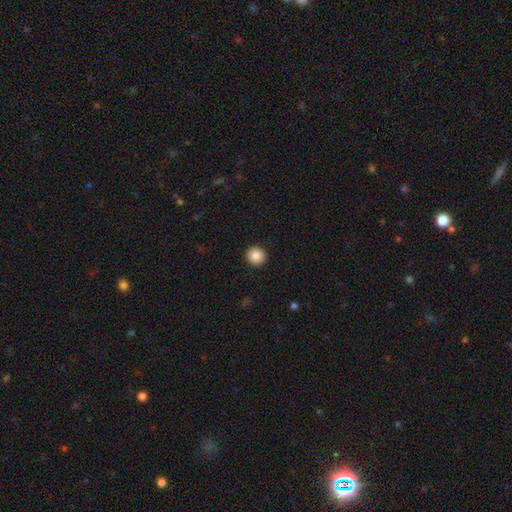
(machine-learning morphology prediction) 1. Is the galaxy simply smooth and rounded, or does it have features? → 86% smooth, 9% star or artifact, 5% featured or disk.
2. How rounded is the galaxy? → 94% round, 5% in between, 1% cigar-shaped.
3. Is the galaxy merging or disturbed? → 93% none, 4% minor disturbance, 2% major disturbance, 1% merger.